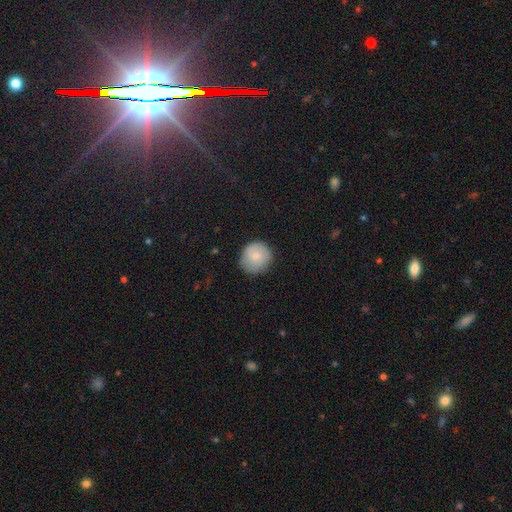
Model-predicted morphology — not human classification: smooth-or-featured: smooth: 74% | featured or disk: 18% | star or artifact: 8%
  how-rounded: round: 91% | in between: 8% | cigar-shaped: 1%
  merging: none: 80% | minor disturbance: 15% | major disturbance: 3% | merger: 1%